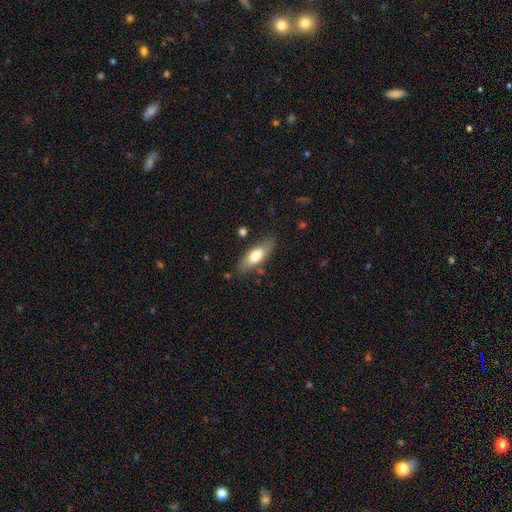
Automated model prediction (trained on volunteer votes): The model was most divided on "smooth or featured": smooth: 67%, featured or disk: 27%, star or artifact: 6%. More confident: merging — none (80%); how rounded — in between (70%).